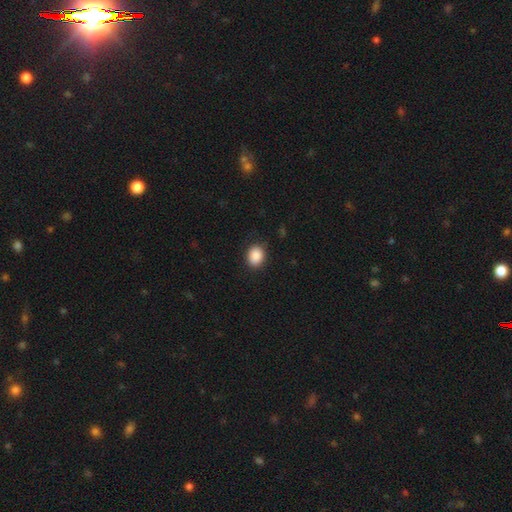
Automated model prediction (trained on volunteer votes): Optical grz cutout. It shows a smooth galaxy with no disk features (89%) that is round (50%). Merging: none (86%).